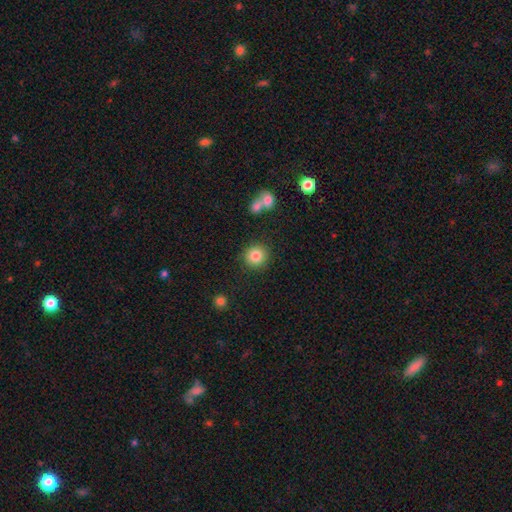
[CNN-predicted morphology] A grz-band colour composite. It shows a smooth galaxy with no disk features (84%) that is round (92%). Merging: none (86%).